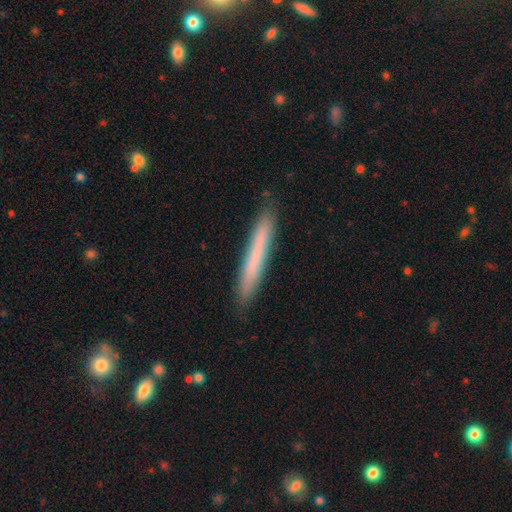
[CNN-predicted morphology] A smooth galaxy with no disk features (67%) that is cigar-shaped (97%). Merging: none (88%).